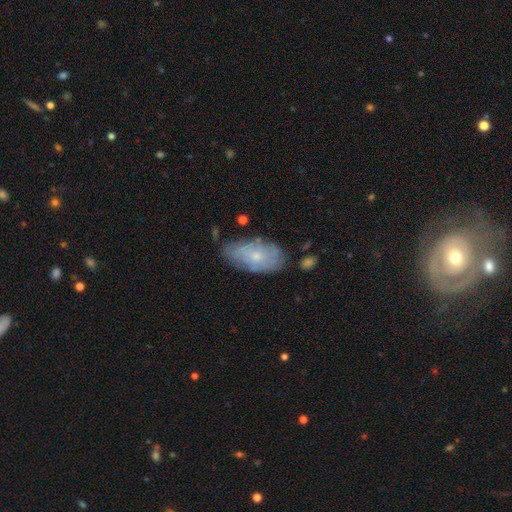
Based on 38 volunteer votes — smooth-or-featured: featured or disk: 55% | smooth: 42% | star or artifact: 3%
  disk-edge-on: no: 95% | yes: 5%
    bar: no: 95% | weak: 5% | strong: 0%
    has-spiral-arms: no: 80% | yes: 20%
    bulge-size: small: 85% | moderate: 10% | none: 5% | dominant: 0% | large: 0%
  merging: none: 62% | minor disturbance: 24% | major disturbance: 11% | merger: 3%